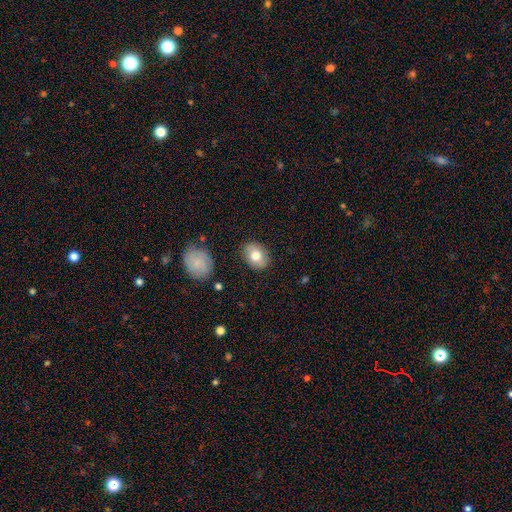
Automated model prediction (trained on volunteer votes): smooth-or-featured: smooth: 74% | featured or disk: 18% | star or artifact: 7%
  how-rounded: in between: 64% | round: 35% | cigar-shaped: 1%
  merging: none: 84% | minor disturbance: 12% | major disturbance: 3% | merger: 2%